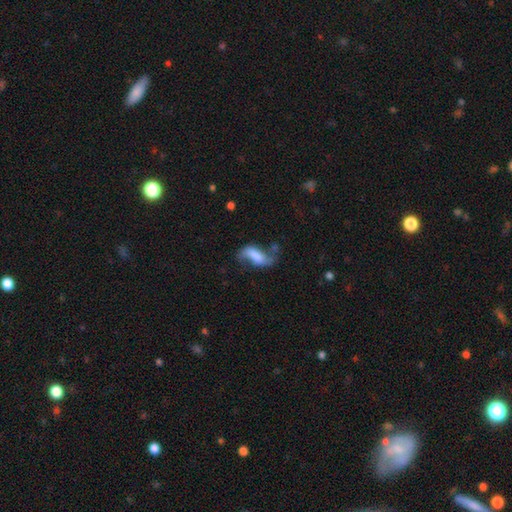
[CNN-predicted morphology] This is possibly a featured or disk galaxy (52%). It is clearly not viewed edge-on (91%). Merging: marginally none (43%).